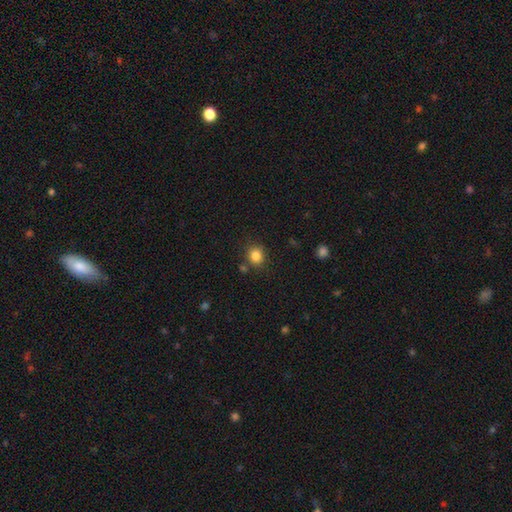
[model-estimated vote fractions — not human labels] smooth-or-featured: smooth: 84% | star or artifact: 11% | featured or disk: 5%
  how-rounded: round: 72% | in between: 27% | cigar-shaped: 1%
  merging: none: 79% | minor disturbance: 11% | merger: 6% | major disturbance: 3%